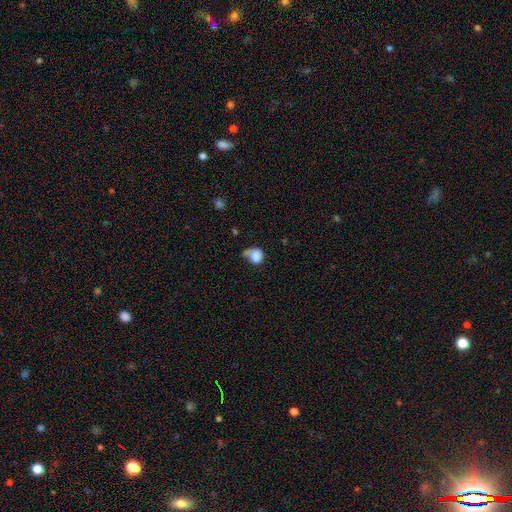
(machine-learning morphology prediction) Smooth or featured? Predicted: smooth (p=0.75). How rounded? Predicted: round (p=0.60). Merging? Predicted: major disturbance (p=0.32).